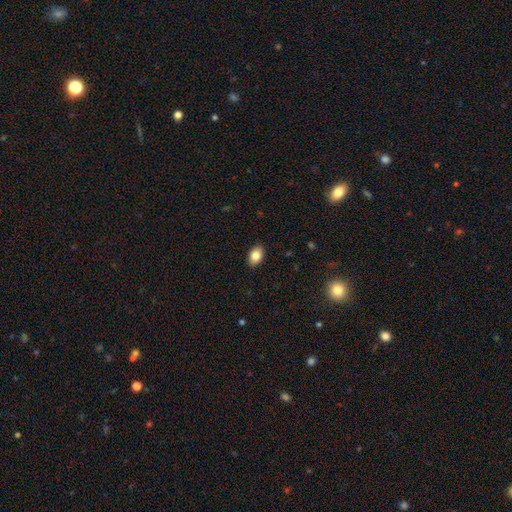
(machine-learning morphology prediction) Q: Smooth or featured?
A: smooth (83%); runner-up: featured or disk (9%)
Q: How rounded?
A: in between (86%); runner-up: round (12%)
Q: Merging?
A: none (90%); runner-up: minor disturbance (8%)